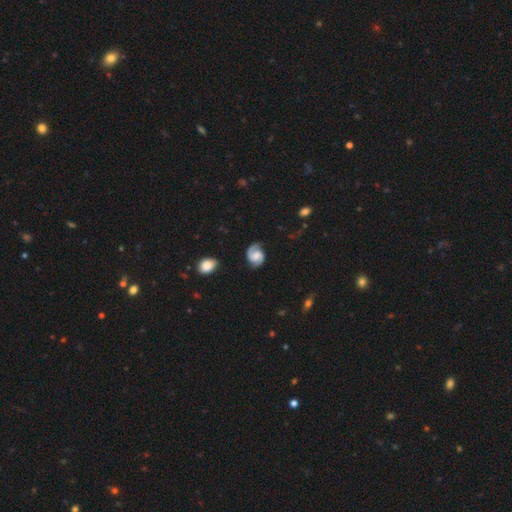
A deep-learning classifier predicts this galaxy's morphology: Overall: featured or disk (79%). Edge-on disk: no (98%). Bar: no (47%; weak 43%). Spiral arms: yes (96%). Spiral arm count: 2 (87%). Spiral winding: medium (50%; tight 27%). Bulge size: moderate (38%; small 28%). Merging: none (76%).